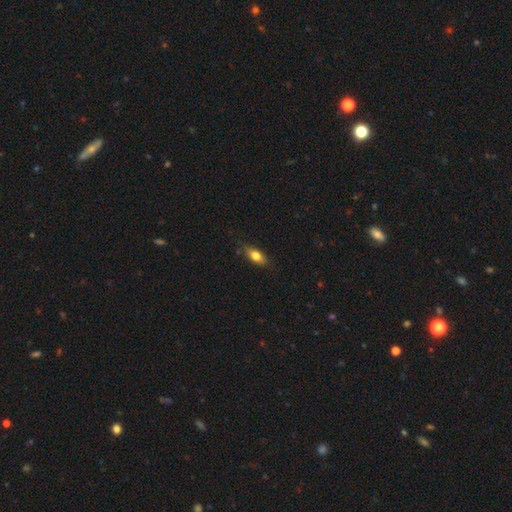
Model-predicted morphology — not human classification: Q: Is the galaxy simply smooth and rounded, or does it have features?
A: smooth — 74%.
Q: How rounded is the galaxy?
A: in between — 80%.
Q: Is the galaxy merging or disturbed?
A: none — 81%.